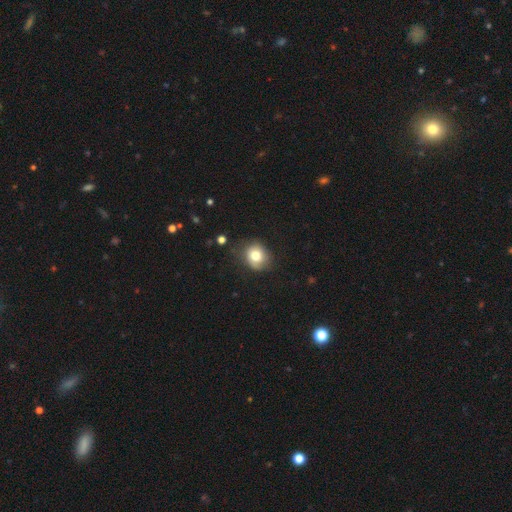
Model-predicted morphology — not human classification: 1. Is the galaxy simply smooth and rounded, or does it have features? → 76% smooth, 13% featured or disk, 11% star or artifact.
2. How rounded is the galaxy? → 72% round, 27% in between, 1% cigar-shaped.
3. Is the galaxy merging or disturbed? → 73% none, 20% minor disturbance, 5% major disturbance, 2% merger.